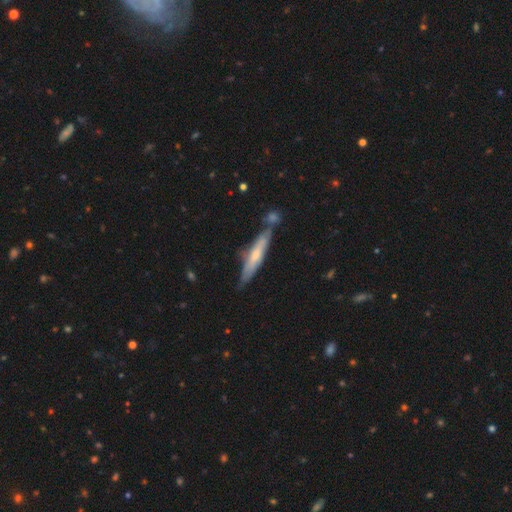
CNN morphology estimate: Smooth or featured: featured or disk — 52% (smooth — 42%)
Edge-on disk: yes — 78% (no — 22%)
Merging: none — 61% (minor disturbance — 19%)